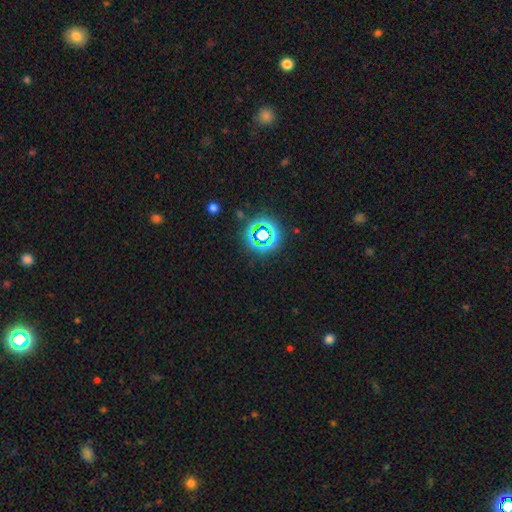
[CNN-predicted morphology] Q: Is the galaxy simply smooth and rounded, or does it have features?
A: star or artifact — 55%.